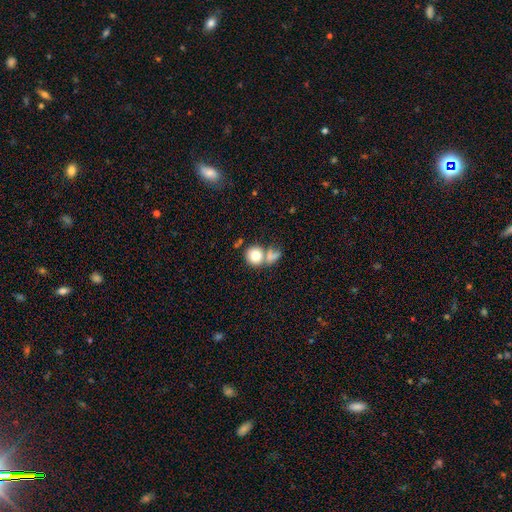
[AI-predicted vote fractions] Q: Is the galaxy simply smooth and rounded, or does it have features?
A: smooth — 78%.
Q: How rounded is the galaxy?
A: round — 85%.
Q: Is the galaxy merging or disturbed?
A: none — 46%.